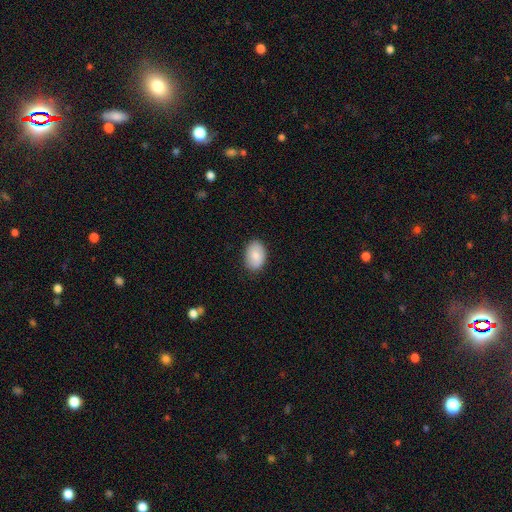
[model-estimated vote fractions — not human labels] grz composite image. It shows a smooth galaxy with no disk features (82%) that is in between round and cigar-shaped (85%). Merging: none (84%).